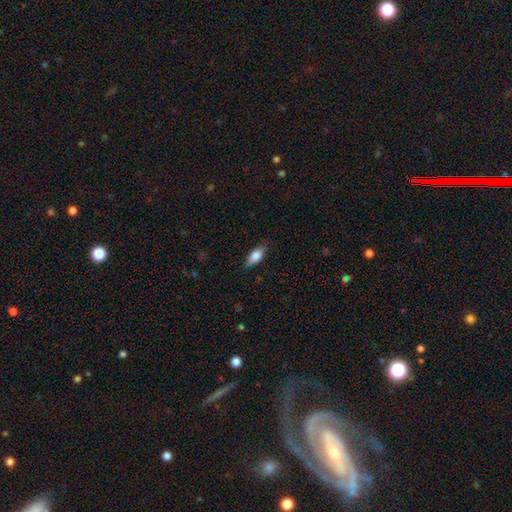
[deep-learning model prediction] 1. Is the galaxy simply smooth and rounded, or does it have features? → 76% smooth, 17% featured or disk, 7% star or artifact.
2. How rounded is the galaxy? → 82% in between, 14% cigar-shaped, 4% round.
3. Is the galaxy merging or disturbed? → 81% none, 15% minor disturbance, 3% major disturbance, 1% merger.